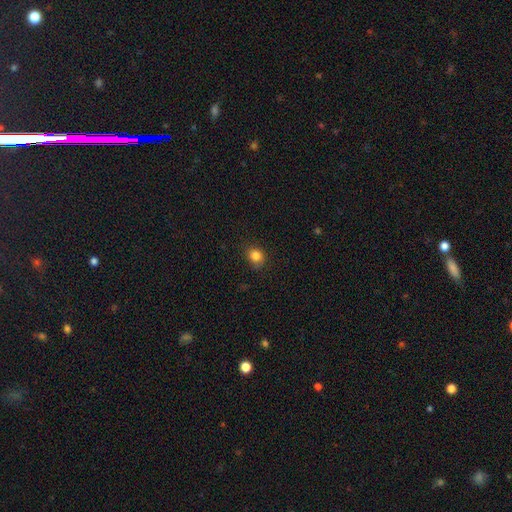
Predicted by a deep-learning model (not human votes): smooth_or_featured: smooth (p=0.84) [alt: star or artifact p=0.12]
how_rounded: round (p=0.76) [alt: in between p=0.23]
merging: none (p=0.83) [alt: minor disturbance p=0.13]